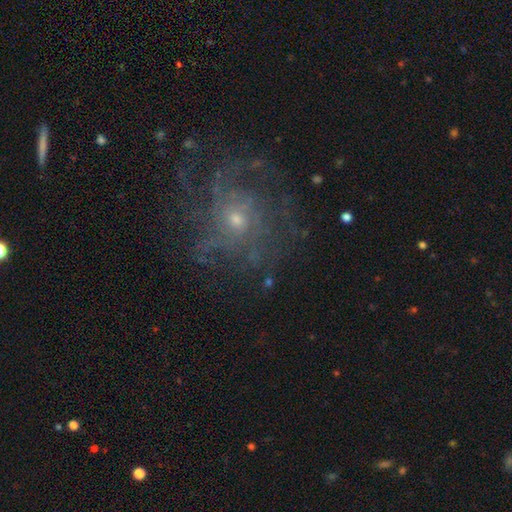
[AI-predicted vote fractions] This appears to be a featured or disk galaxy (72%) with no bar (81%), tight (43%) spiral arms (86%) and a small central bulge (63%). Merging: none (70%).